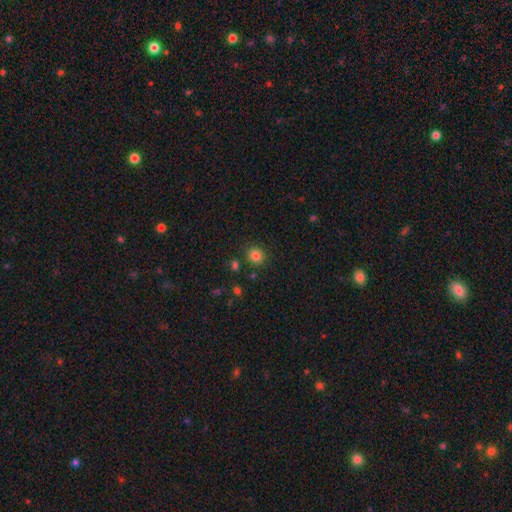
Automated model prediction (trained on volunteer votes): This is clearly a smooth galaxy (83%). How rounded: clearly round (83%). Merging: clearly none (86%).